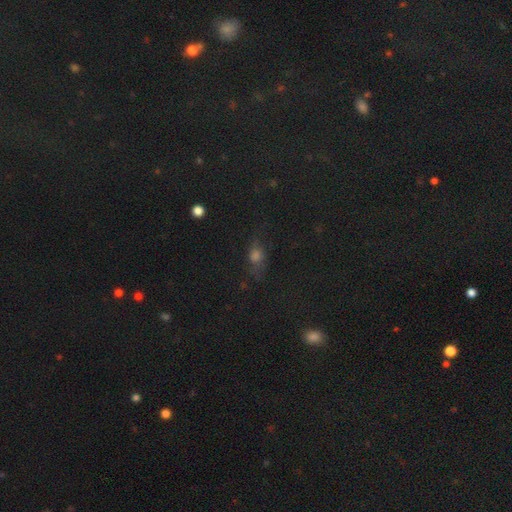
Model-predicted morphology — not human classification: Overall: smooth (53%; star or artifact 29%). How rounded: in between (61%; round 28%). Merging: none (65%).